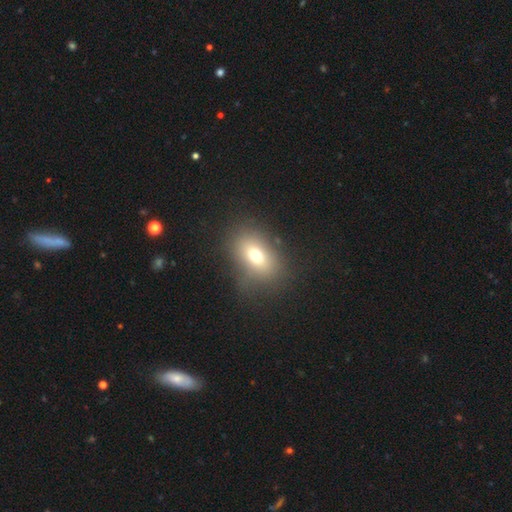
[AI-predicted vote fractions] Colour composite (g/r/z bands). It shows a smooth galaxy with no disk features (70%) that is in between round and cigar-shaped (74%). Merging: none (77%).